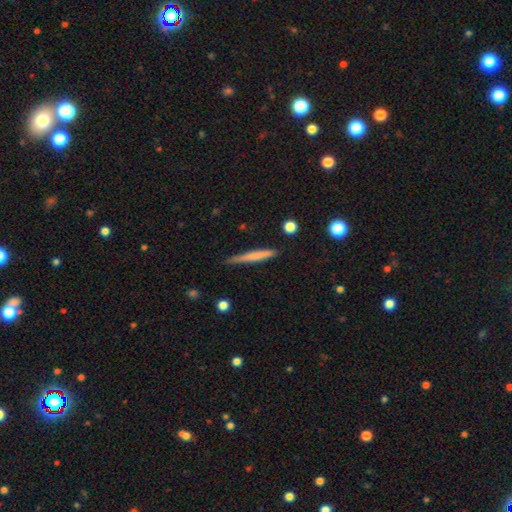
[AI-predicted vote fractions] smooth_or_featured: smooth (p=0.63) [alt: featured or disk p=0.31]
how_rounded: cigar-shaped (p=0.96) [alt: in between p=0.03]
merging: none (p=0.81) [alt: minor disturbance p=0.14]